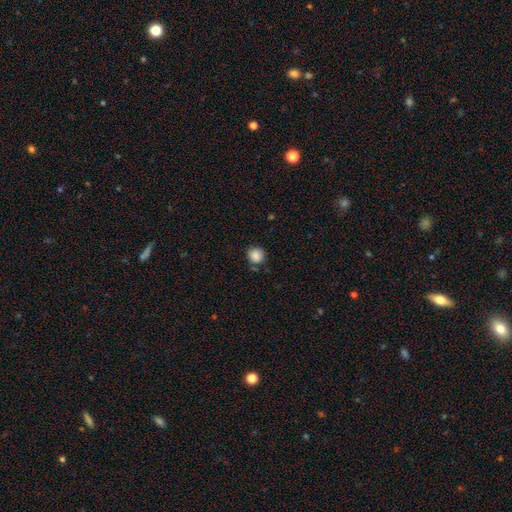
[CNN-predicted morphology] Smooth or featured? smooth (87%)
How rounded? round (91%)
Merging? none (81%)